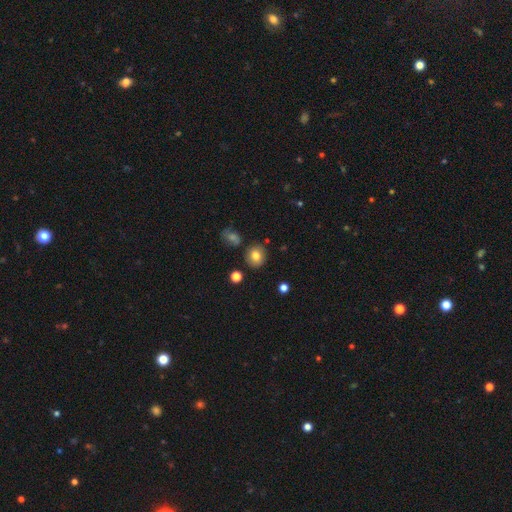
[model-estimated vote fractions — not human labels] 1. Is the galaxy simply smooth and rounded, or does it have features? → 79% smooth, 11% star or artifact, 9% featured or disk.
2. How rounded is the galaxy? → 76% round, 23% in between, 1% cigar-shaped.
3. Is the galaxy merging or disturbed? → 82% none, 11% minor disturbance, 4% merger, 3% major disturbance.